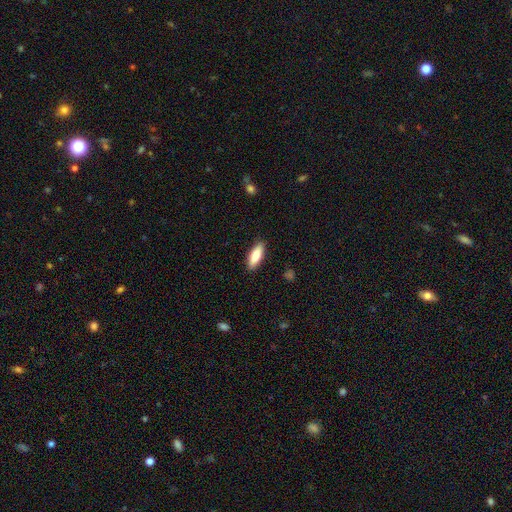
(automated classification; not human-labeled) This appears to be a smooth galaxy with no disk features (80%) that is in between round and cigar-shaped (61%). Merging: none (89%).